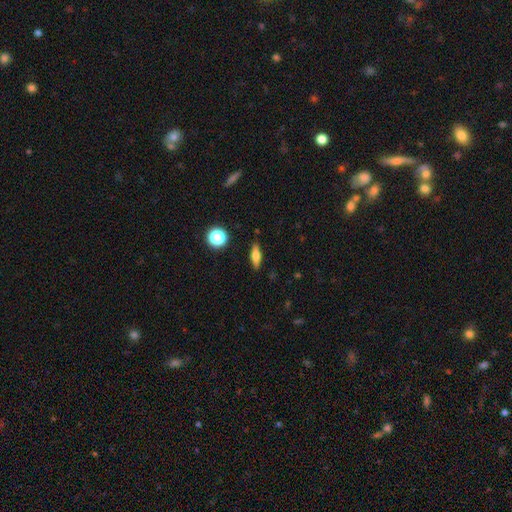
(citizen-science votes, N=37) A smooth galaxy with no disk features (73%) that is cigar-shaped (52%).

Vote fractions:
- Smooth or featured? smooth: 73% / featured or disk: 22% / star or artifact: 5%
- How rounded? cigar-shaped: 52% / in between: 33% / round: 15%
- Merging? none: 91% / major disturbance: 6% / minor disturbance: 3% / merger: 0%